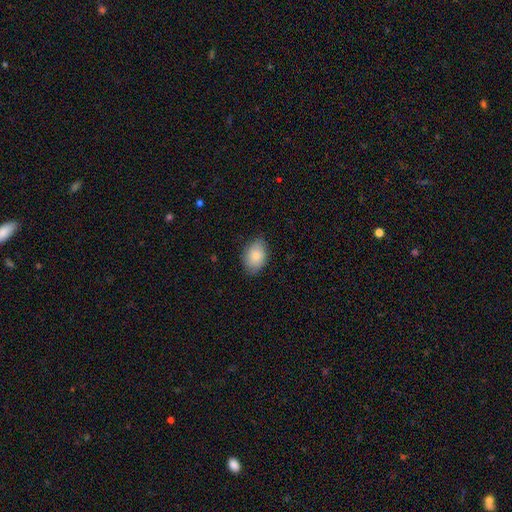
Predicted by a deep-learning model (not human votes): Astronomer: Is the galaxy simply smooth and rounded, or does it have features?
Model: smooth — 85%.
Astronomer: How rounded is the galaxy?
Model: in between — 82%.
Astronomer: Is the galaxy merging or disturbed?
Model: none — 80%.